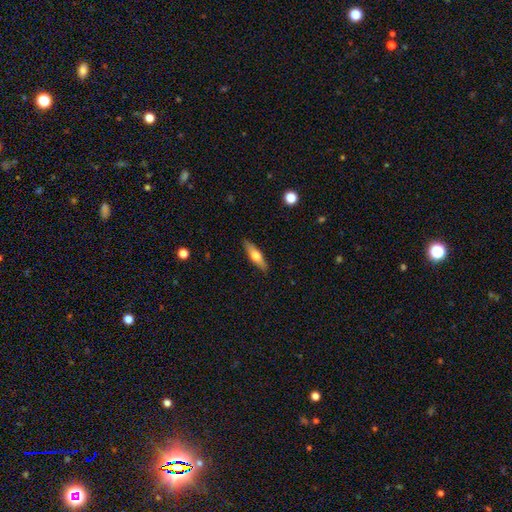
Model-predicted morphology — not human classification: smooth 47% (tied), featured or disk 47% (tied), star or artifact 6%. Down the decision tree: merging — none (89%).